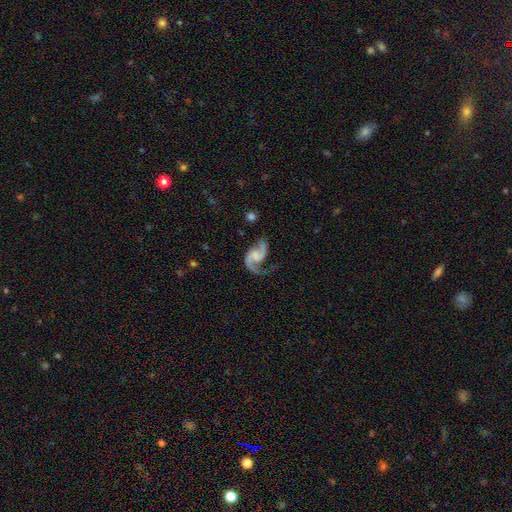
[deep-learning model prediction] A featured or disk galaxy (90%) with no bar (49%), 2 (91%) loose (50%) spiral arms (98%) and no central bulge (52%).

Vote fractions:
- Smooth or featured? featured or disk: 90% / smooth: 5% / star or artifact: 4%
- Edge-on disk? no: 98% / yes: 2%
- Bar? no: 49% / weak: 40% / strong: 11%
- Spiral arms? yes: 98% / no: 2%
- Spiral winding? loose: 50% / medium: 42% / tight: 8%
- Spiral arm count? 2: 91% / 1: 4% / can't tell: 2% / 3: 1% / 4: 1% / more than 4: 1%
- Bulge size? none: 52% / small: 22% / moderate: 18% / large: 7% / dominant: 2%
- Merging? none: 66% / minor disturbance: 18% / major disturbance: 13% / merger: 3%